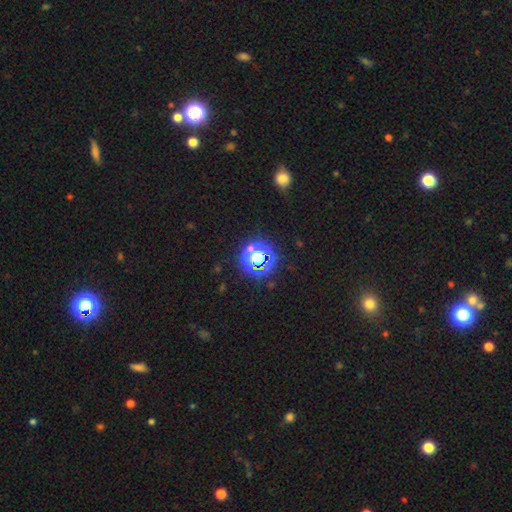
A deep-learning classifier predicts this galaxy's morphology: Smooth or featured: star or artifact — 62% (smooth — 28%)